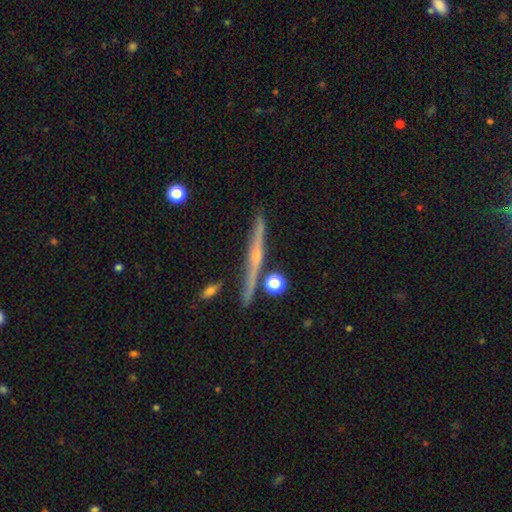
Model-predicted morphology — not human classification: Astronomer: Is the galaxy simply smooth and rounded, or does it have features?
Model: featured or disk — 77%.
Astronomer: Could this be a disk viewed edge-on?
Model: yes — 98%.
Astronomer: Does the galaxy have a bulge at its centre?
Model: rounded — 72%.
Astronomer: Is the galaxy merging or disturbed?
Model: none — 86%.